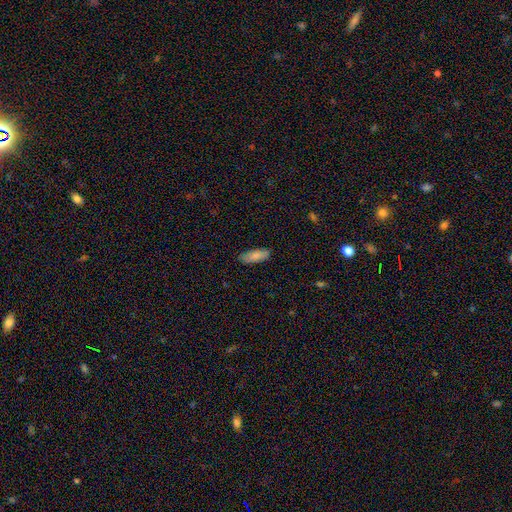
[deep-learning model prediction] Smooth or featured: smooth — 85% (featured or disk — 9%)
How rounded: in between — 66% (cigar-shaped — 32%)
Merging: none — 85% (minor disturbance — 12%)